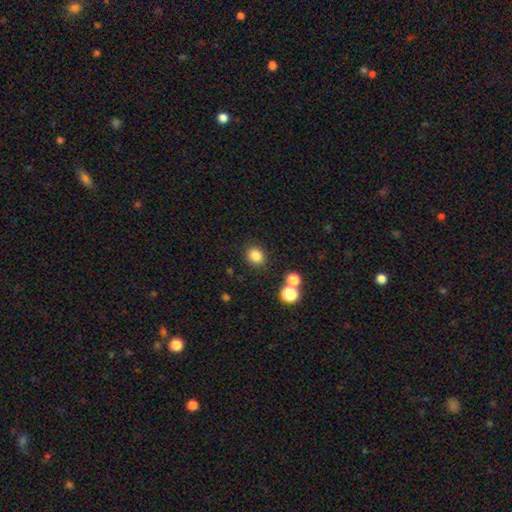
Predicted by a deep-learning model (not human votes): Overall: smooth (83%). How rounded: round (76%). Merging: none (86%).